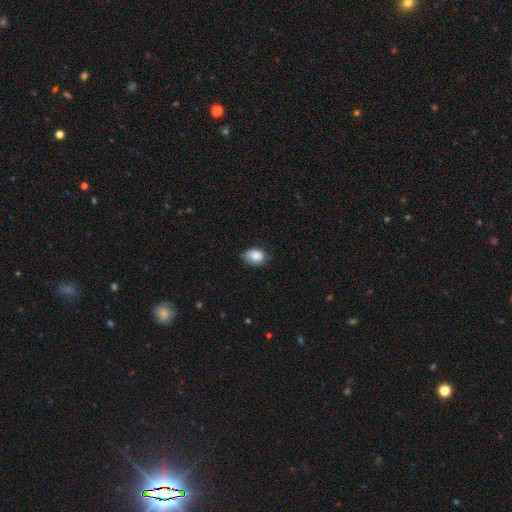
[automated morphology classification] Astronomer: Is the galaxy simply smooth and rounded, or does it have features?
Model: smooth — 84%.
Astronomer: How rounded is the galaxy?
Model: in between — 71%.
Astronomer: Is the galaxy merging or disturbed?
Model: none — 64%.